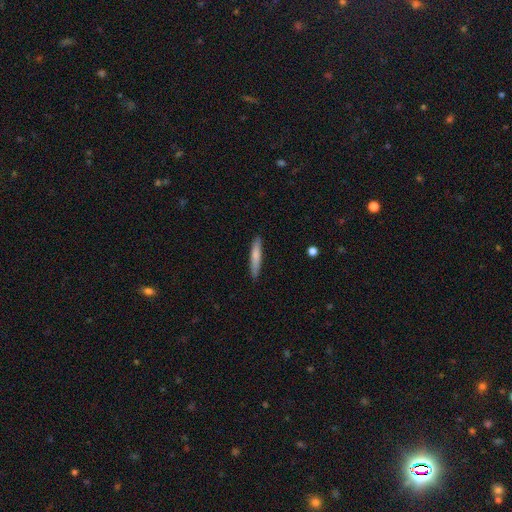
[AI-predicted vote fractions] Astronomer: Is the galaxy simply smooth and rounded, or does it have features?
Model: smooth — 75%.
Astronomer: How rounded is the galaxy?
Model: cigar-shaped — 91%.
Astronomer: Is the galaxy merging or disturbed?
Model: none — 87%.